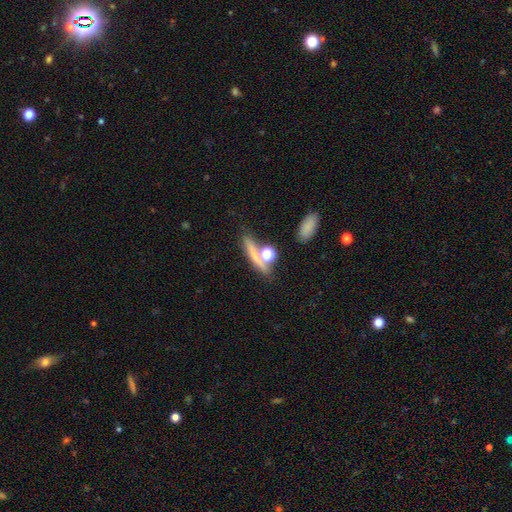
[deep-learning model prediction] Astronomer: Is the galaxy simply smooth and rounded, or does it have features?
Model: smooth — 63%.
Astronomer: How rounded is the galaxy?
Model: cigar-shaped — 46% (runner-up: round, 30%).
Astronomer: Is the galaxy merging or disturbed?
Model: none — 61%.